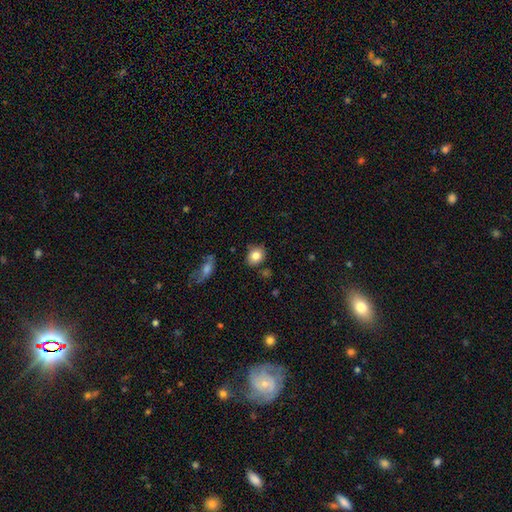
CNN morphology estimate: smooth 83%, star or artifact 9%, featured or disk 9%. Down the decision tree: how rounded — round (60%); merging — none (81%).